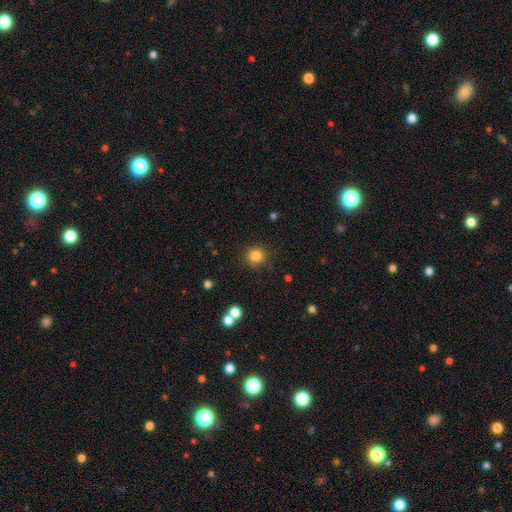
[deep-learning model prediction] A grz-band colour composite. It shows a smooth galaxy with no disk features (82%) that is round (92%). Merging: none (85%).